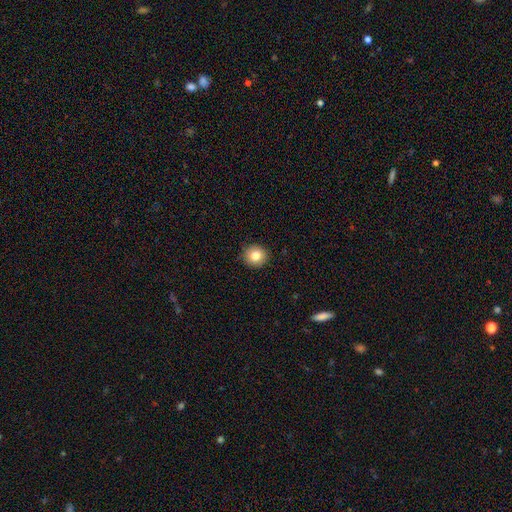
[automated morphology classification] This is clearly a smooth galaxy (82%). How rounded: clearly round (91%). Merging: clearly none (91%).